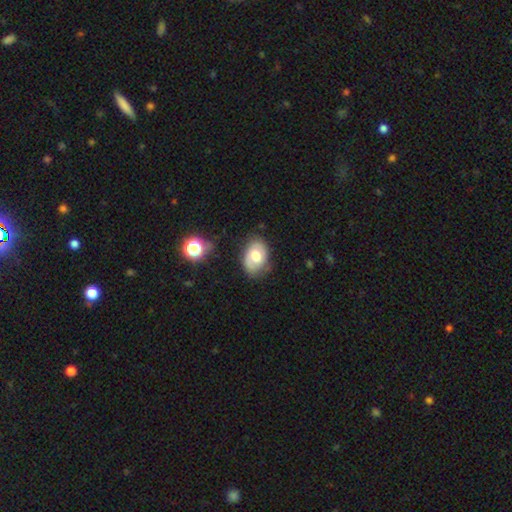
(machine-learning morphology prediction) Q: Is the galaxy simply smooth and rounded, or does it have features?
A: smooth — 57%.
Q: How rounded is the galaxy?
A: in between — 79%.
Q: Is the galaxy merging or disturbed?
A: none — 71%.